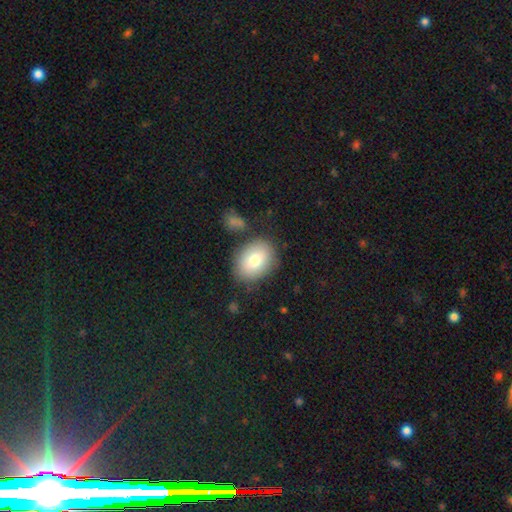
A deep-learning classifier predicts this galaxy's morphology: Smooth or featured?
  - smooth: 78% *
  - featured or disk: 14%
  - star or artifact: 8%
How rounded?
  - in between: 63% *
  - round: 36%
  - cigar-shaped: 1%
Merging?
  - none: 79% *
  - minor disturbance: 12%
  - merger: 5%
  - major disturbance: 3%